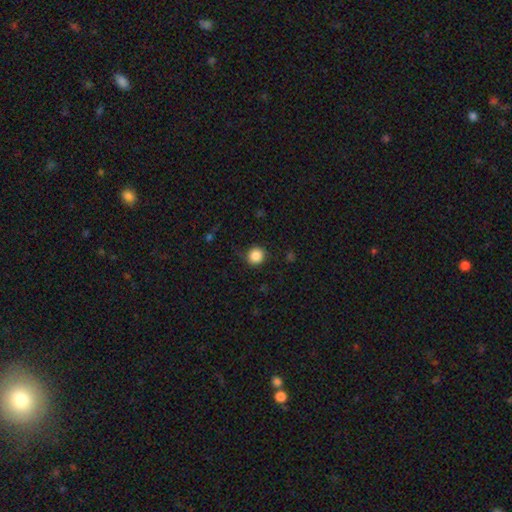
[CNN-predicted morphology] smooth-or-featured: smooth: 86% | star or artifact: 10% | featured or disk: 4%
  how-rounded: round: 93% | in between: 6% | cigar-shaped: 1%
  merging: none: 86% | minor disturbance: 10% | major disturbance: 3% | merger: 1%